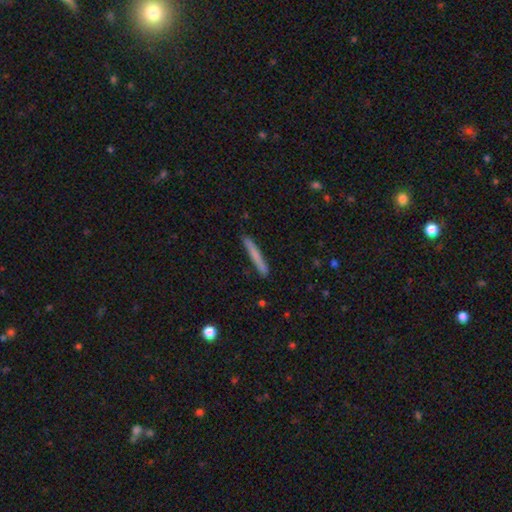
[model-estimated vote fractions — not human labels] Smooth or featured?
  - smooth: 67% *
  - featured or disk: 27%
  - star or artifact: 6%
How rounded?
  - cigar-shaped: 96% *
  - in between: 3%
  - round: 1%
Merging?
  - none: 88% *
  - minor disturbance: 9%
  - major disturbance: 2%
  - merger: 1%